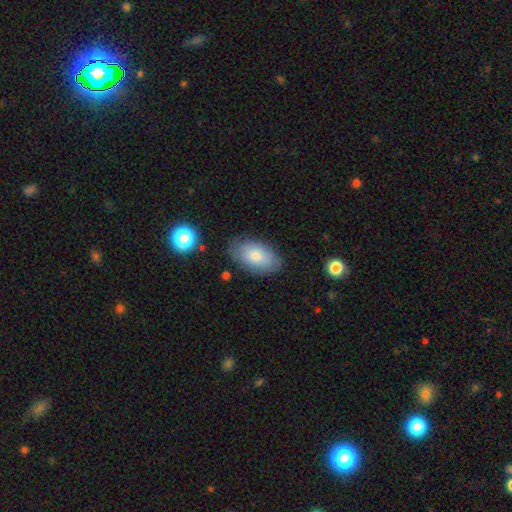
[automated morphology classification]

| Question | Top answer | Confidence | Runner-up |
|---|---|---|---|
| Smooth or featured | smooth | 77% | featured or disk (16%) |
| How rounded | in between | 94% | round (5%) |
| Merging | none | 81% | minor disturbance (14%) |